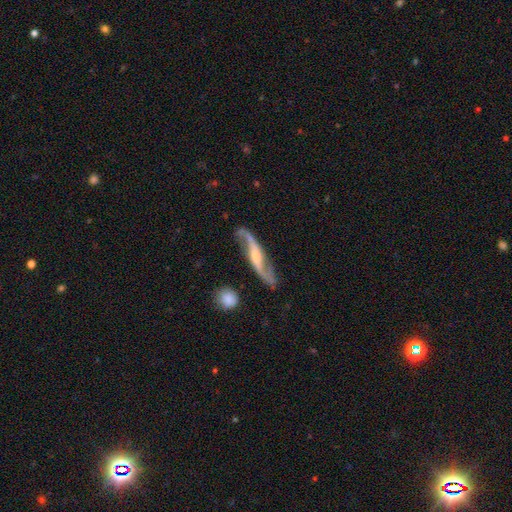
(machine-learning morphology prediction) Overall: featured or disk (87%). Edge-on disk: no (82%). Bar: weak (39%; no 33%). Spiral arms: yes (96%). Spiral arm count: 2 (93%). Spiral winding: loose (64%; medium 28%). Bulge size: moderate (48%; small 34%). Merging: none (77%).